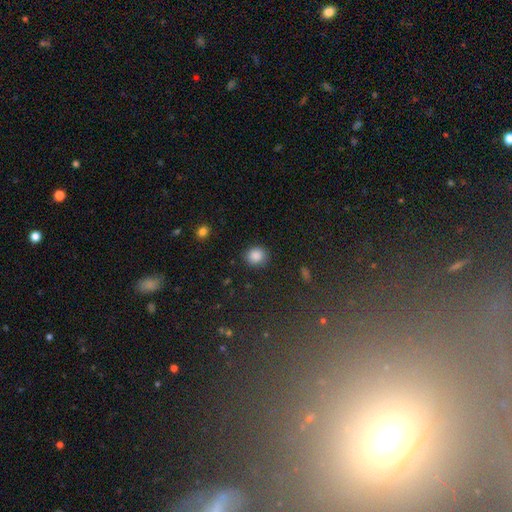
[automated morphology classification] type=smooth (87%); roundness=round (82%); merging=none (87%).